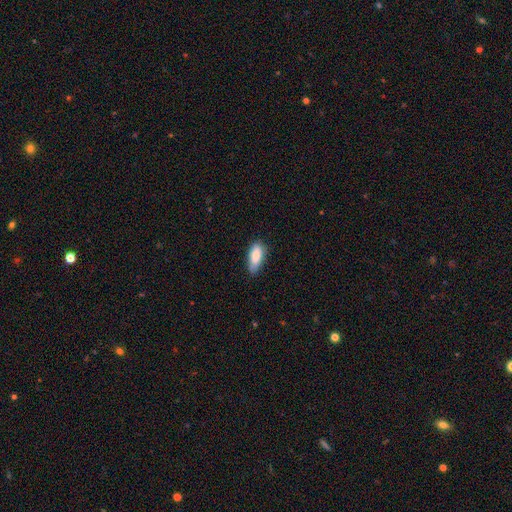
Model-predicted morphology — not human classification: This is clearly a smooth galaxy (85%). How rounded: likely in between (80%). Merging: likely none (69%).